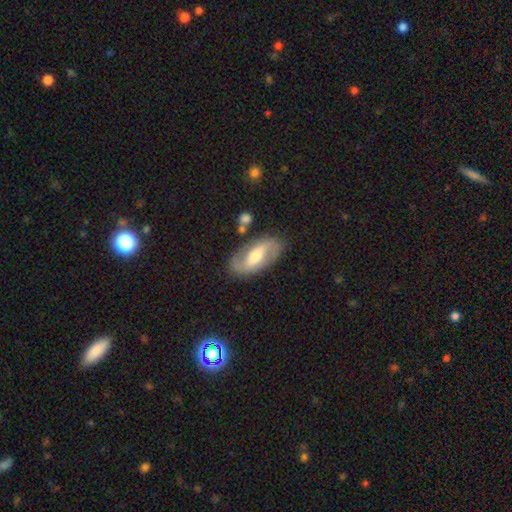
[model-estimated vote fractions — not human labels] smooth_or_featured: featured or disk (p=0.74) [alt: smooth p=0.21]
disk_edge_on: no (p=0.93) [alt: yes p=0.07]
bar: strong (p=0.44) [alt: weak p=0.37]
has_spiral_arms: yes (p=0.81) [alt: no p=0.19]
spiral_winding: loose (p=0.45) [alt: medium p=0.39]
spiral_arm_count: 2 (p=0.89) [alt: can't tell p=0.06]
bulge_size: moderate (p=0.65) [alt: small p=0.24]
merging: none (p=0.81) [alt: minor disturbance p=0.12]